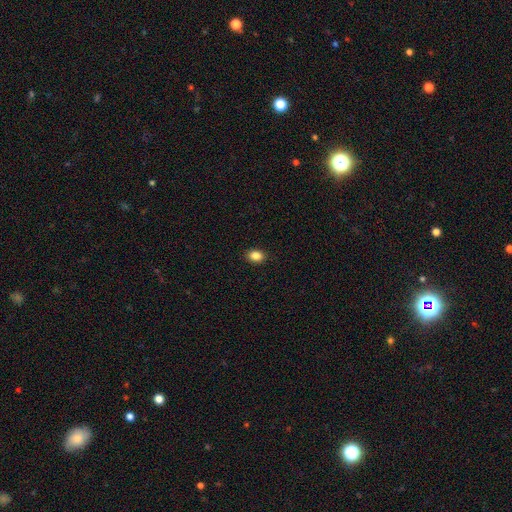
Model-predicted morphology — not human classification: A smooth galaxy with no disk features (86%) that is in between round and cigar-shaped (66%).

Vote fractions:
- Smooth or featured? smooth: 86% / star or artifact: 10% / featured or disk: 4%
- How rounded? in between: 66% / round: 33% / cigar-shaped: 1%
- Merging? none: 91% / minor disturbance: 7% / major disturbance: 2% / merger: 1%